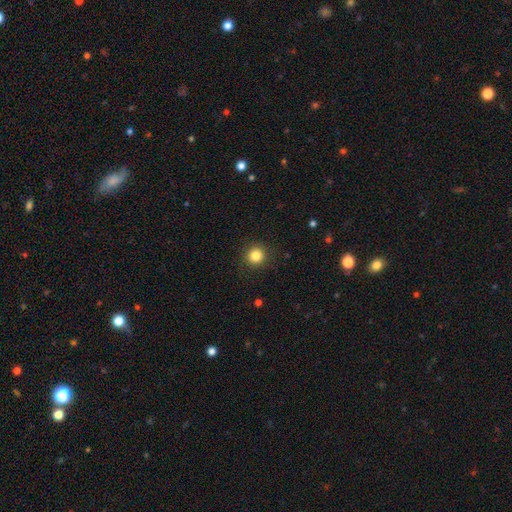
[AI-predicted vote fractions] This appears to be a smooth galaxy with no disk features (84%) that is round (92%). Merging: none (90%).